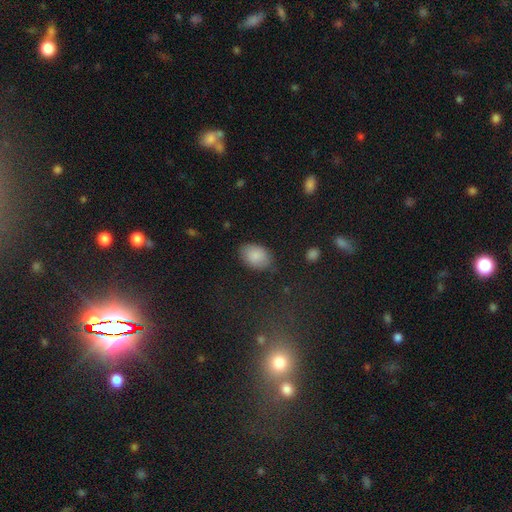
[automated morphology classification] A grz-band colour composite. It shows a smooth galaxy with no disk features (86%) that is in between round and cigar-shaped (84%). Merging: none (79%).